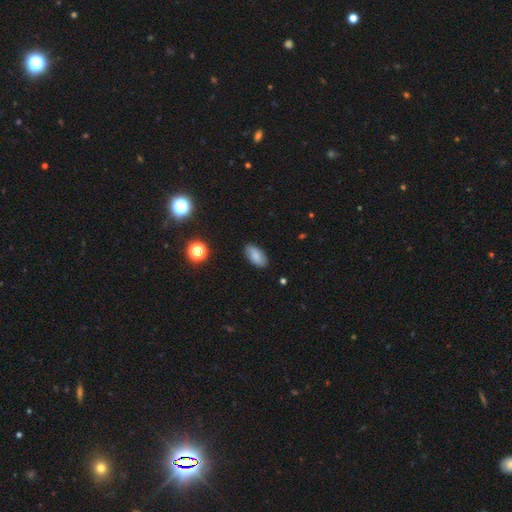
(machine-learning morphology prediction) A smooth galaxy with no disk features (78%) that is in between round and cigar-shaped (92%). Merging: none (85%).